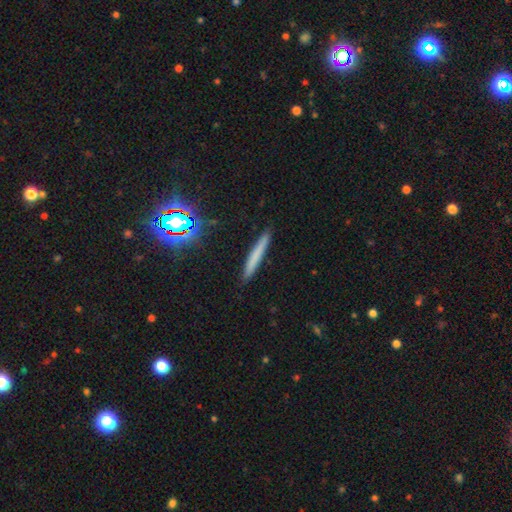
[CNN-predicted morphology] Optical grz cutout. It shows a smooth galaxy with no disk features (64%) that is cigar-shaped (95%). Merging: none (90%).